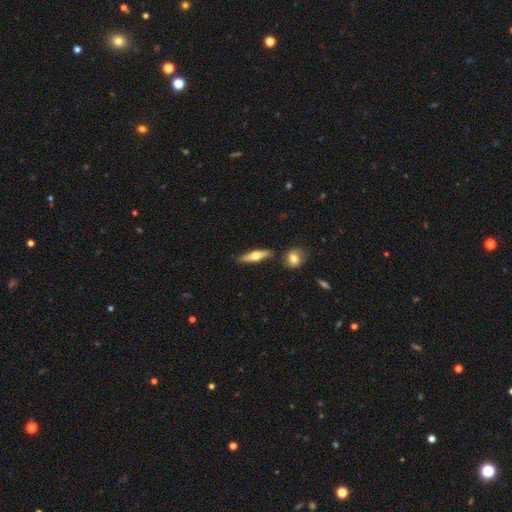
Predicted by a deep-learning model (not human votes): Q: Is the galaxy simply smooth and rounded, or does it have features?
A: featured or disk — 50%.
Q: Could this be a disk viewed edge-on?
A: yes — 91%.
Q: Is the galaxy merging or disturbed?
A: none — 80%.